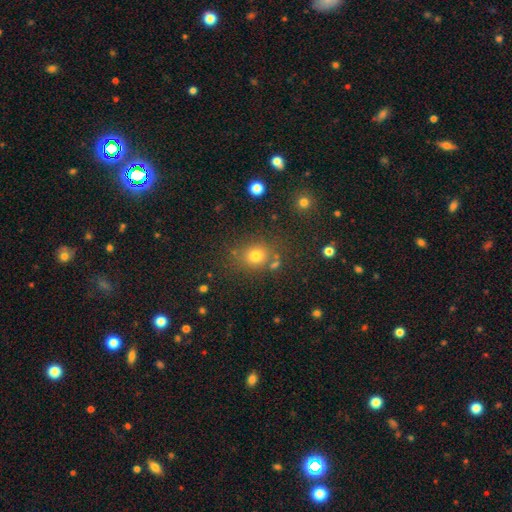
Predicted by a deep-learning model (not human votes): Morphology: type=smooth (74%); roundness=round (70%); merging=none (74%).